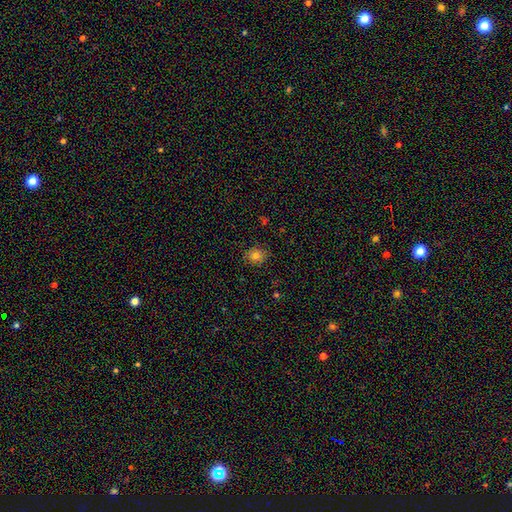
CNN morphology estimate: Smooth or featured?
  - smooth: 79% *
  - star or artifact: 13%
  - featured or disk: 8%
How rounded?
  - round: 69% *
  - in between: 30%
  - cigar-shaped: 1%
Merging?
  - none: 86% *
  - minor disturbance: 10%
  - major disturbance: 2%
  - merger: 1%